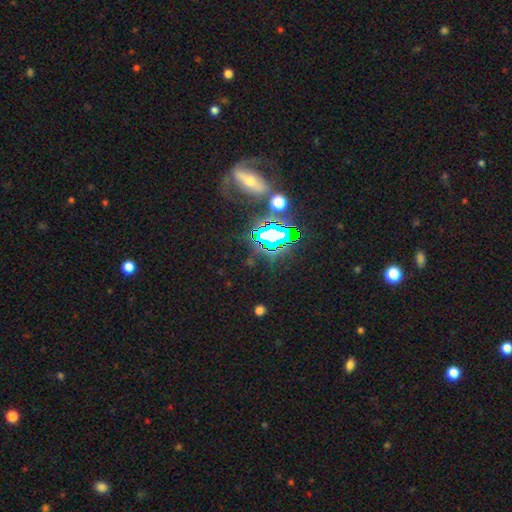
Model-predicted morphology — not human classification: A star or artifact, not a galaxy (66%).

Vote fractions:
- Smooth or featured? star or artifact: 66% / featured or disk: 17% / smooth: 16%